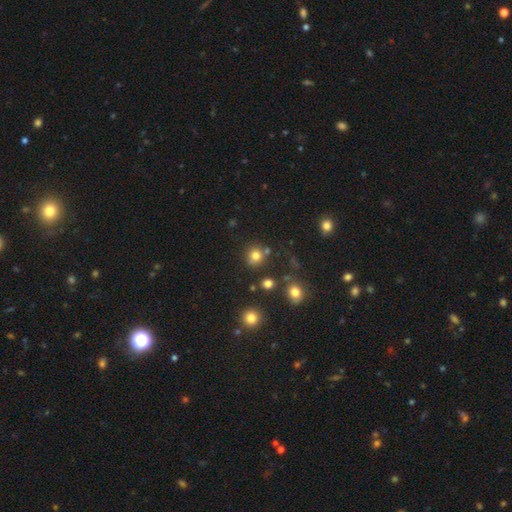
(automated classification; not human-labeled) Smooth or featured? smooth (78%)
How rounded? round (88%)
Merging? none (76%)